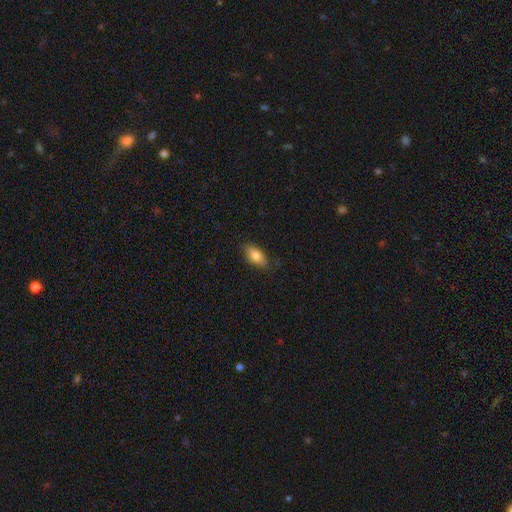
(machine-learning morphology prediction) The model was most divided on "smooth or featured": smooth: 79%, featured or disk: 14%, star or artifact: 7%. More confident: how rounded — in between (88%); merging — none (82%).